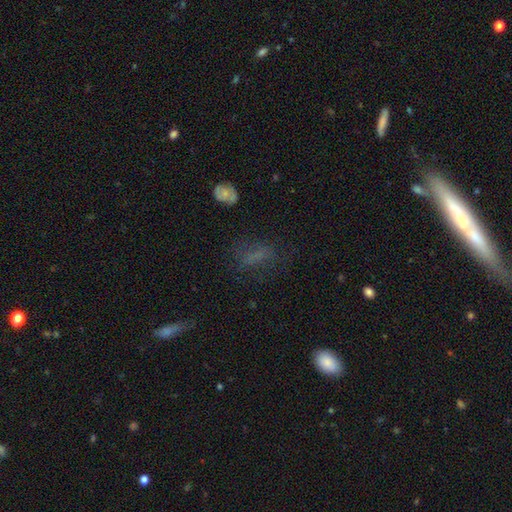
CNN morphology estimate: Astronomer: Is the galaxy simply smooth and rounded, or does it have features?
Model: smooth — 53%.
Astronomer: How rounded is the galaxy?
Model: in between — 63%.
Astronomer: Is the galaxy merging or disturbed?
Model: none — 61%.